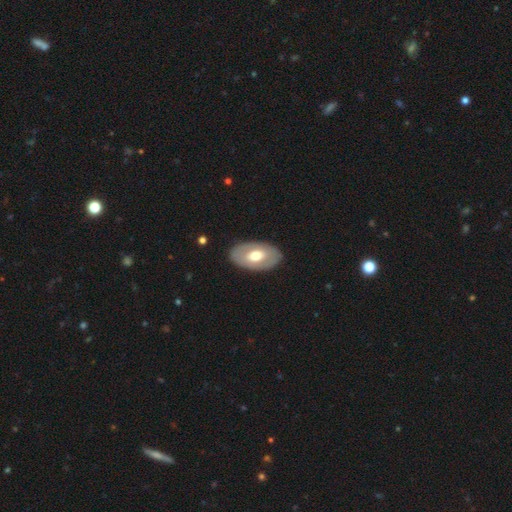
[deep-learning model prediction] Smooth or featured: smooth — 49% (featured or disk — 46%)
Merging: none — 86% (minor disturbance — 10%)